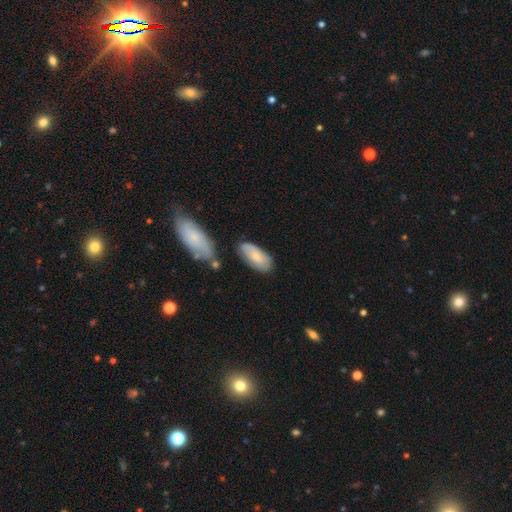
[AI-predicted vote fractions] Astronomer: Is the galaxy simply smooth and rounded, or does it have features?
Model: smooth — 70%.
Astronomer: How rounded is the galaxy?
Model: in between — 89%.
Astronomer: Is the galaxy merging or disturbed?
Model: none — 65%.